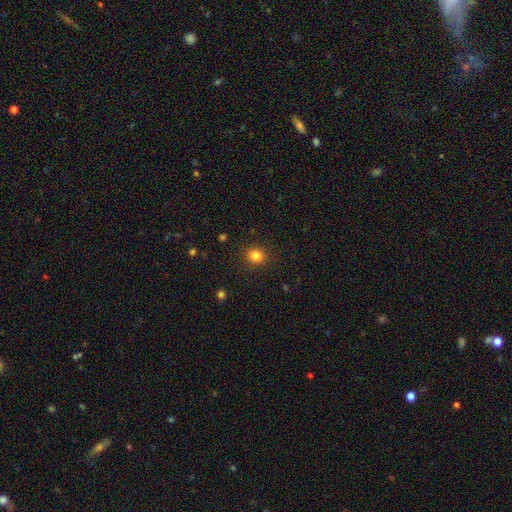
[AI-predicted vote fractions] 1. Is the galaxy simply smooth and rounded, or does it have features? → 83% smooth, 12% star or artifact, 5% featured or disk.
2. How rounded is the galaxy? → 74% round, 25% in between, 1% cigar-shaped.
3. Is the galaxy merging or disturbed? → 90% none, 7% minor disturbance, 2% major disturbance, 1% merger.